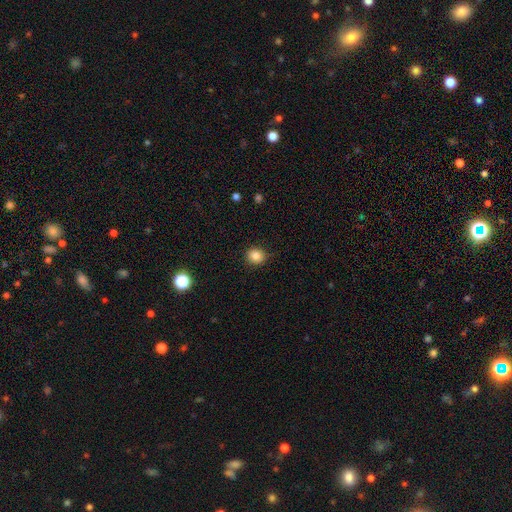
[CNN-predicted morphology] A smooth galaxy with no disk features (84%) that is round (84%).

Vote fractions:
- Smooth or featured? smooth: 84% / star or artifact: 11% / featured or disk: 6%
- How rounded? round: 84% / in between: 15% / cigar-shaped: 1%
- Merging? none: 89% / minor disturbance: 8% / major disturbance: 2% / merger: 1%